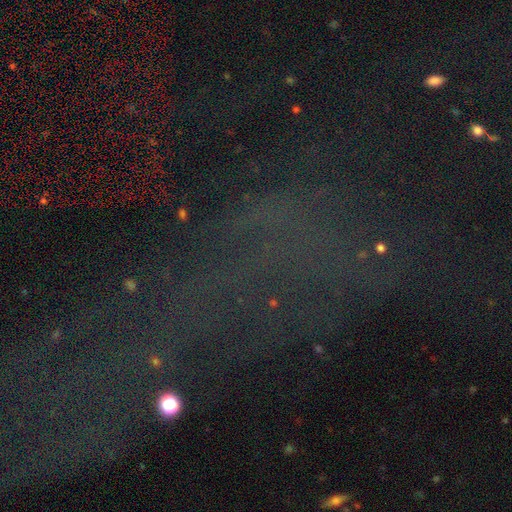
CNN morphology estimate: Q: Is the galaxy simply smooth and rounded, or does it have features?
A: star or artifact — 68%.